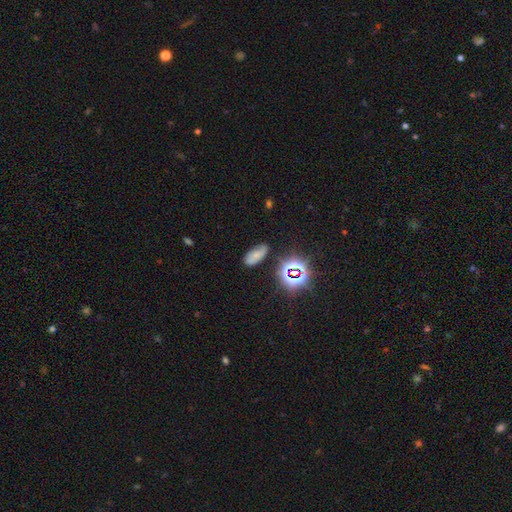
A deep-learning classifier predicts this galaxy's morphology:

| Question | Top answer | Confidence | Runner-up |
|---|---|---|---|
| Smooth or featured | smooth | 53% | star or artifact (24%) |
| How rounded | in between | 87% | cigar-shaped (7%) |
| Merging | none | 68% | minor disturbance (21%) |